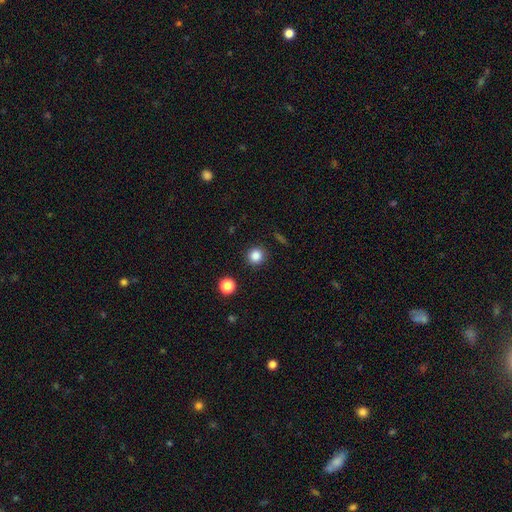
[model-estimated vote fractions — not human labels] Overall: smooth (85%). How rounded: round (94%). Merging: none (91%).